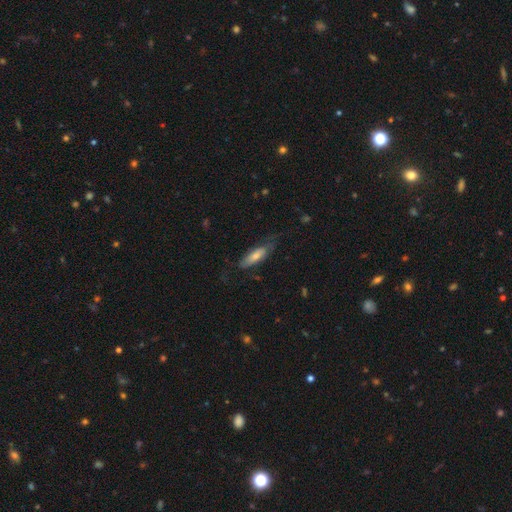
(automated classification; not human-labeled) Smooth or featured? smooth (63%)
How rounded? in between (51%)
Merging? none (55%)